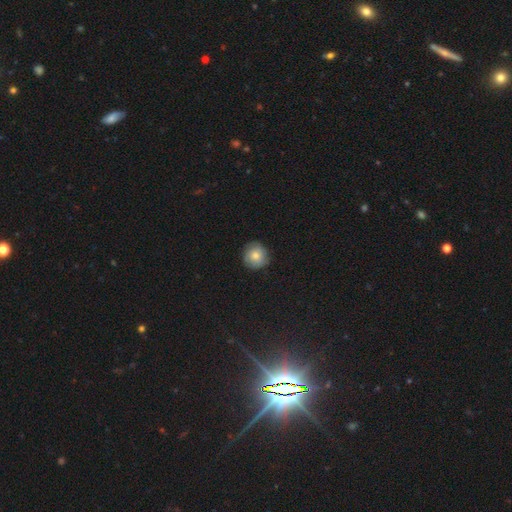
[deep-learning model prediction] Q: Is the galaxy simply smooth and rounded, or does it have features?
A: smooth — 75%.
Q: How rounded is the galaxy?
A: round — 93%.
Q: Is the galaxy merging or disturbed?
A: none — 84%.